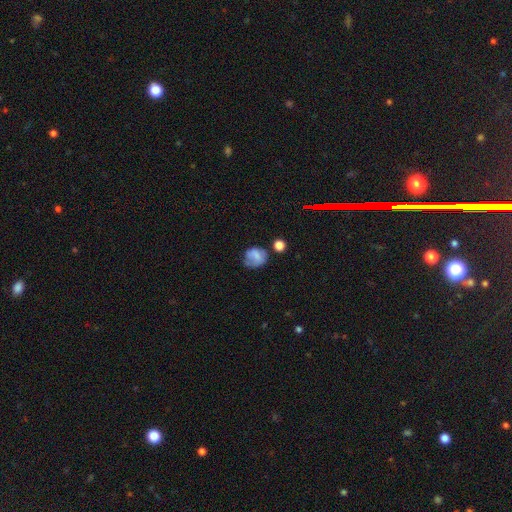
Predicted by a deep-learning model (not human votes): A smooth galaxy with no disk features (70%) that is round (66%).

Vote fractions:
- Smooth or featured? smooth: 70% / featured or disk: 19% / star or artifact: 11%
- How rounded? round: 66% / in between: 32% / cigar-shaped: 1%
- Merging? none: 49% / minor disturbance: 30% / major disturbance: 14% / merger: 7%